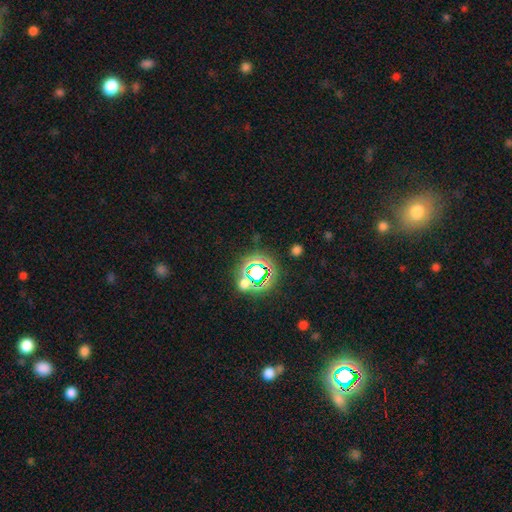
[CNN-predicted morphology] type=star or artifact (74%).